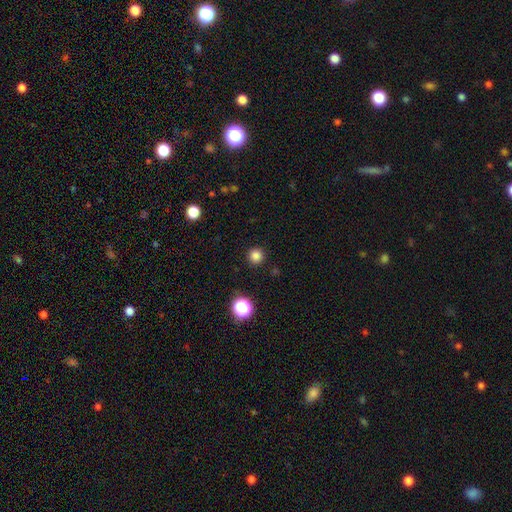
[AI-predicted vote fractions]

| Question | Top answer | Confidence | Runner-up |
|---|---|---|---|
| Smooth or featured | smooth | 83% | star or artifact (14%) |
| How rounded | round | 96% | in between (3%) |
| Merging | none | 92% | minor disturbance (5%) |